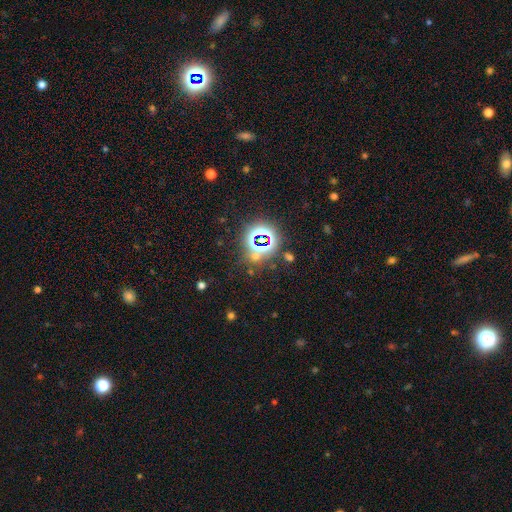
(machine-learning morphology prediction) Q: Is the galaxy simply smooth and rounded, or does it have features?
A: star or artifact — 69%.